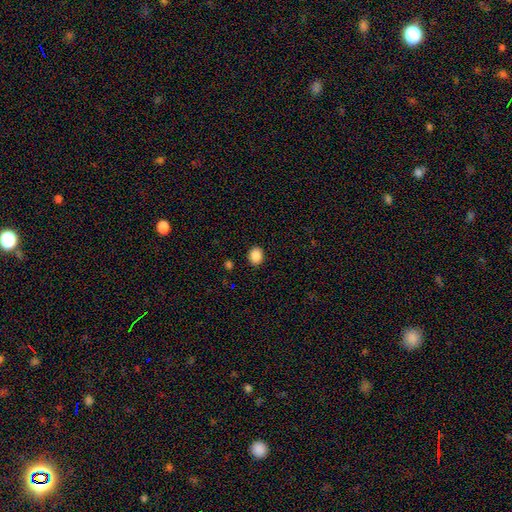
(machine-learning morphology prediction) A smooth galaxy with no disk features (88%) that is round (64%). Merging: none (90%).